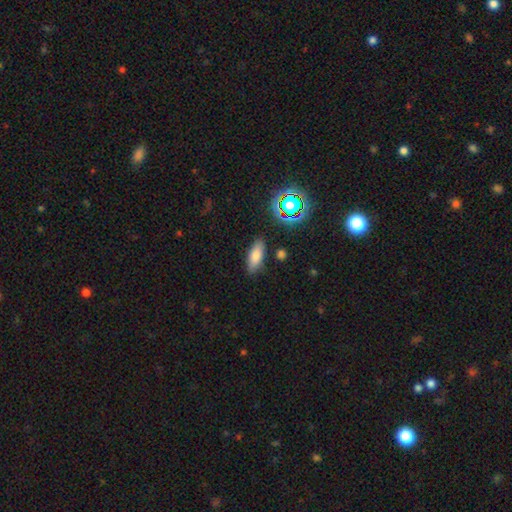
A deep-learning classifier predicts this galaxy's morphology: type=smooth (76%); roundness=in between (75%); merging=none (84%).